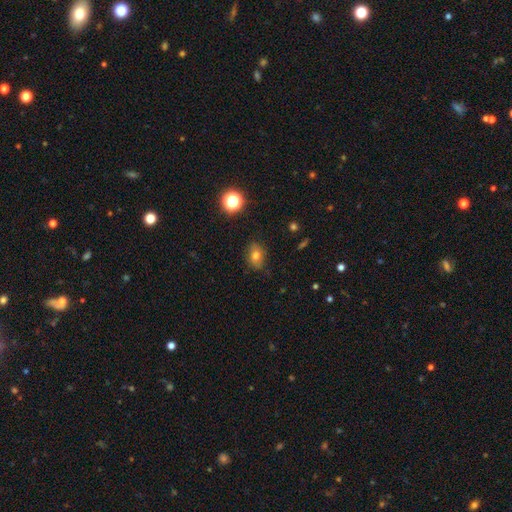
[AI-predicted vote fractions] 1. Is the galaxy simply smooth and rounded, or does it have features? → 73% smooth, 14% star or artifact, 13% featured or disk.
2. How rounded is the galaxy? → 67% in between, 31% round, 2% cigar-shaped.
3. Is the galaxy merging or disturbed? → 82% none, 14% minor disturbance, 3% major disturbance, 1% merger.